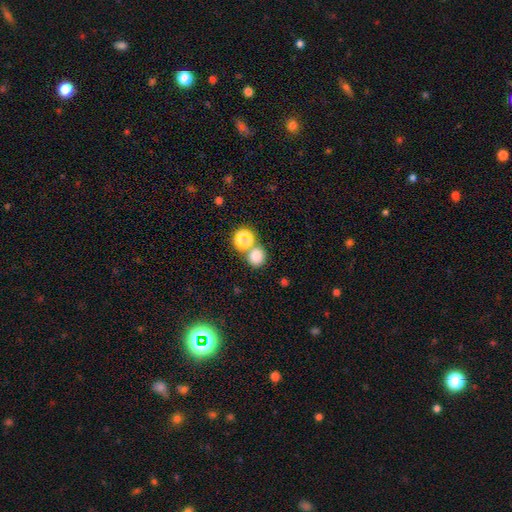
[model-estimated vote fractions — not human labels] Smooth or featured: smooth — 77% (star or artifact — 16%)
How rounded: round — 80% (in between — 19%)
Merging: none — 59% (merger — 30%)